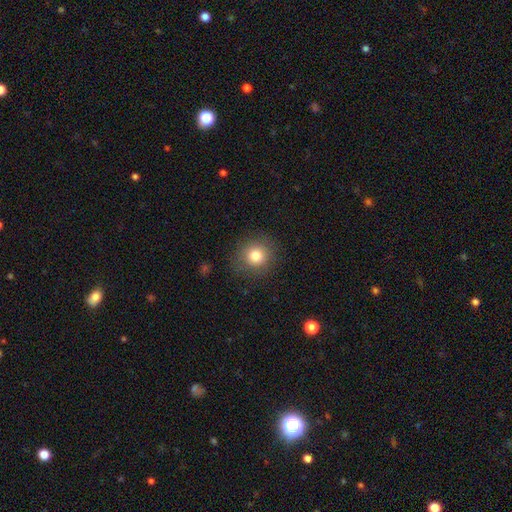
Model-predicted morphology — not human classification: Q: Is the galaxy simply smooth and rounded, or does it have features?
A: smooth — 80%.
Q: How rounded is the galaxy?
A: round — 90%.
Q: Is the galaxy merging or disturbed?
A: none — 87%.